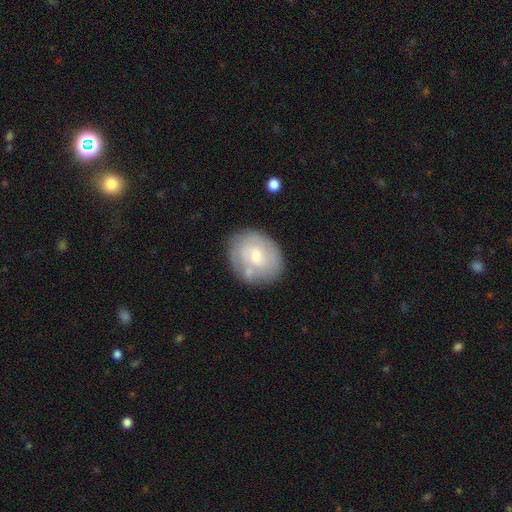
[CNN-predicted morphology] Overall: smooth (50%; featured or disk 43%). Merging: none (70%).